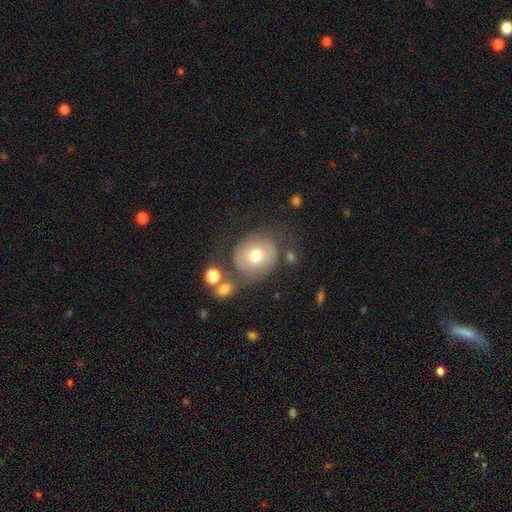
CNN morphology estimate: smooth 58%, featured or disk 33%, star or artifact 9%. Down the decision tree: how rounded — round (77%); merging — none (58%).